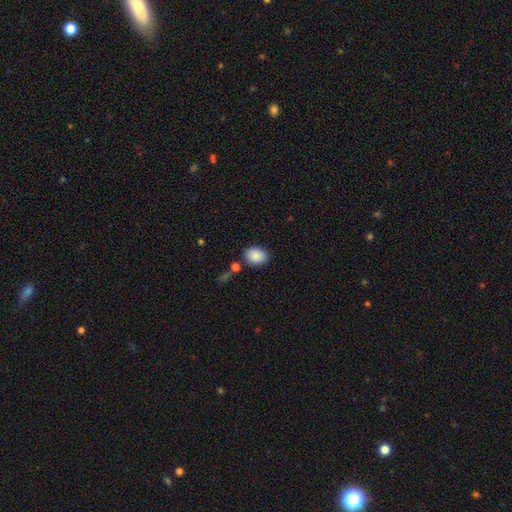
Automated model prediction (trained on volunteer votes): smooth-or-featured: smooth: 88% | star or artifact: 7% | featured or disk: 5%
  how-rounded: in between: 69% | round: 30% | cigar-shaped: 1%
  merging: none: 81% | minor disturbance: 11% | merger: 5% | major disturbance: 3%